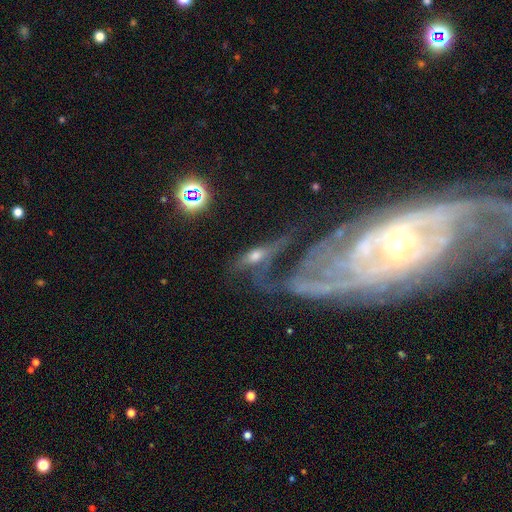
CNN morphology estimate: The model was most divided on "merging": none: 30%, major disturbance: 28%, merger: 24%, minor disturbance: 17%. More confident: edge-on disk — no (62%); smooth or featured — featured or disk (56%).